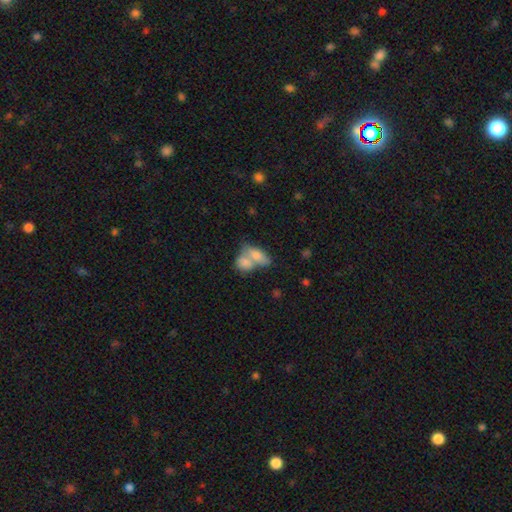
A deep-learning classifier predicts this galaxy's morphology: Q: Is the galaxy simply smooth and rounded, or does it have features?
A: smooth — 76%.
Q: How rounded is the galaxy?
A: in between — 83%.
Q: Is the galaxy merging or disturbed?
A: merger — 65%.